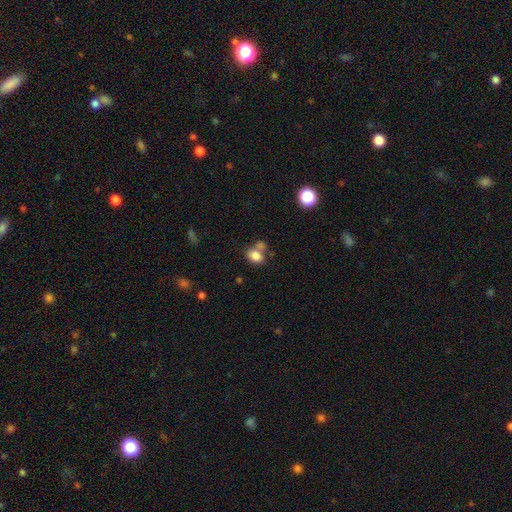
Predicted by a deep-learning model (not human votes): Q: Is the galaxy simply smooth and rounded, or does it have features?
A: smooth — 81%.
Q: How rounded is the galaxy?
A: in between — 73%.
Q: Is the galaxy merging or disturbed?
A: none — 47%.